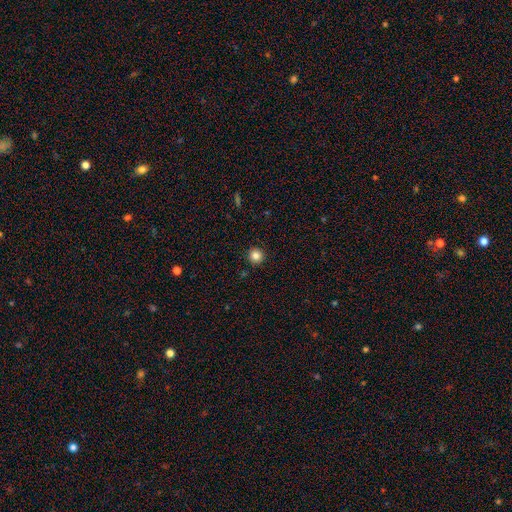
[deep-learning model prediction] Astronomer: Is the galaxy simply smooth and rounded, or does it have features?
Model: smooth — 83%.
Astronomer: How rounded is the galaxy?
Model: round — 96%.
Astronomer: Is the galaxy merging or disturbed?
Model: none — 92%.